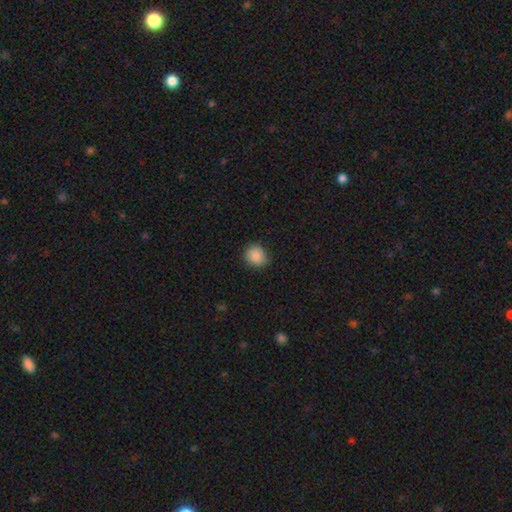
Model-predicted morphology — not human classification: type=smooth (88%); roundness=round (77%); merging=none (85%).